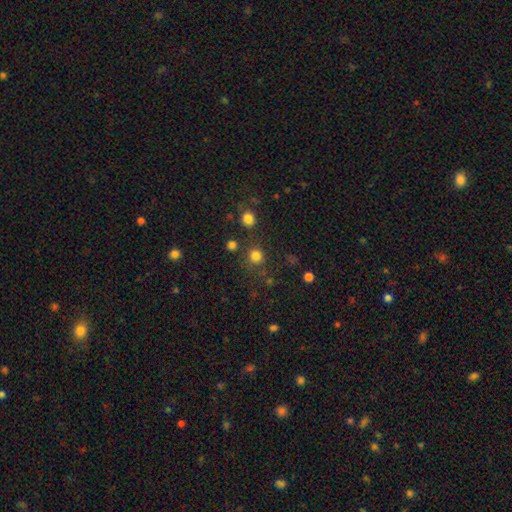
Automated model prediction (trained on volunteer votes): Morphology: type=smooth (78%); roundness=round (92%); merging=none (77%).